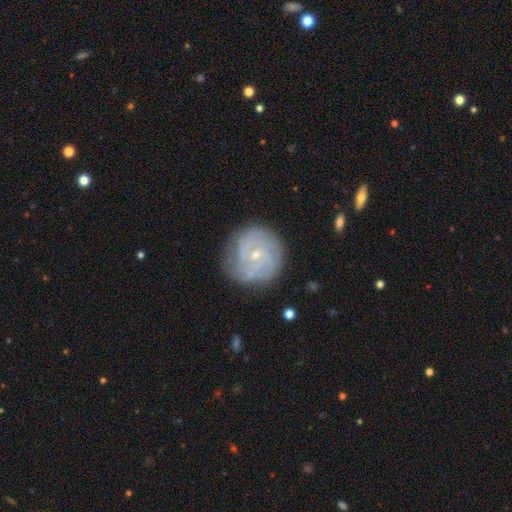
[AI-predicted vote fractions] Q: Smooth or featured?
A: featured or disk (76%); runner-up: smooth (16%)
Q: Edge-on disk?
A: no (98%); runner-up: yes (2%)
Q: Bar?
A: no (65%); runner-up: weak (30%)
Q: Spiral arms?
A: yes (92%); runner-up: no (8%)
Q: Spiral winding?
A: tight (68%); runner-up: medium (25%)
Q: Spiral arm count?
A: can't tell (37%); runner-up: 3 (19%)
Q: Bulge size?
A: small (78%); runner-up: moderate (18%)
Q: Merging?
A: none (80%); runner-up: minor disturbance (15%)